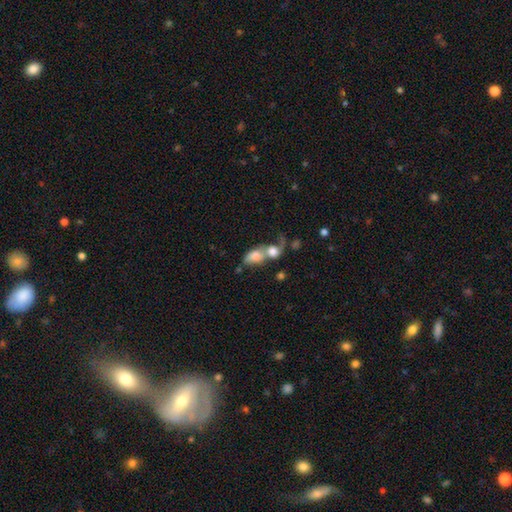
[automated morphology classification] Smooth or featured?
  - smooth: 72% *
  - featured or disk: 20%
  - star or artifact: 9%
How rounded?
  - in between: 76% *
  - round: 21%
  - cigar-shaped: 3%
Merging?
  - merger: 72% *
  - none: 13%
  - major disturbance: 9%
  - minor disturbance: 6%